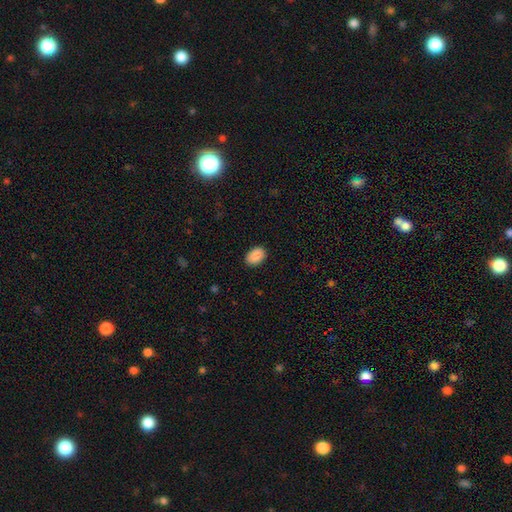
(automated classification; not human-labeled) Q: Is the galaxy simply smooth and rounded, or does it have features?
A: smooth — 89%.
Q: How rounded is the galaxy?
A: in between — 85%.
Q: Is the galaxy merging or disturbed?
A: none — 87%.